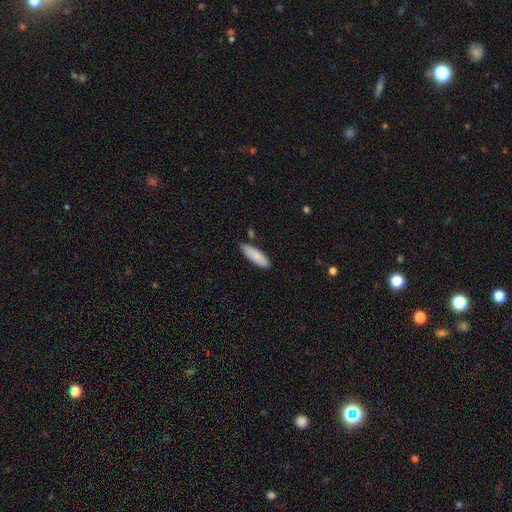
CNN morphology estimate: This appears to be a smooth galaxy with no disk features (86%) that is cigar-shaped (53%). Merging: none (82%).